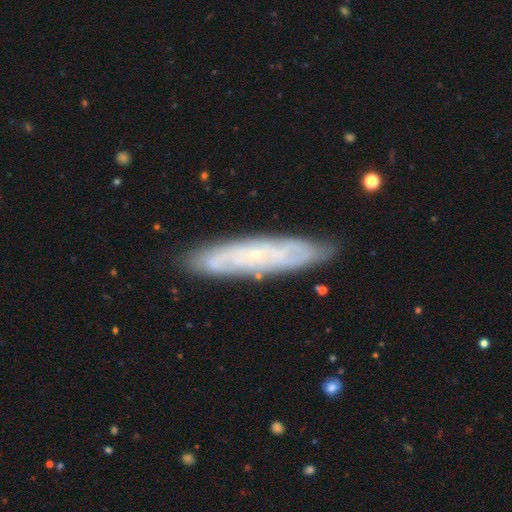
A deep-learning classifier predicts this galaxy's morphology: featured or disk 69%, smooth 24%, star or artifact 7%. Down the decision tree: edge-on disk — no (63%); merging — none (85%).